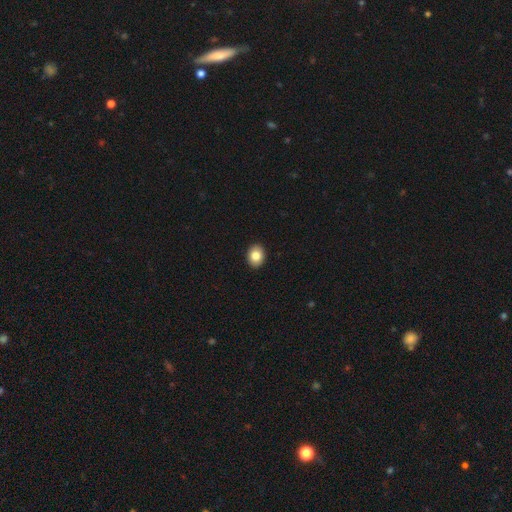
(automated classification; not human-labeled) This appears to be a smooth galaxy with no disk features (84%) that is in between round and cigar-shaped (58%). Merging: none (92%).